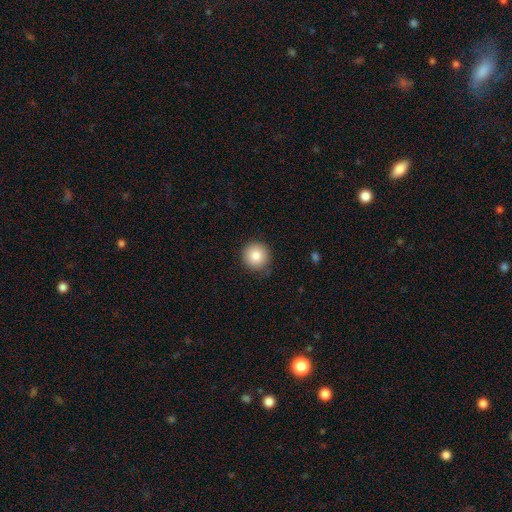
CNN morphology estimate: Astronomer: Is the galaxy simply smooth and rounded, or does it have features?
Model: smooth — 85%.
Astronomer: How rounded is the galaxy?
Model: round — 95%.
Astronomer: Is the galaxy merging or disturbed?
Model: none — 87%.